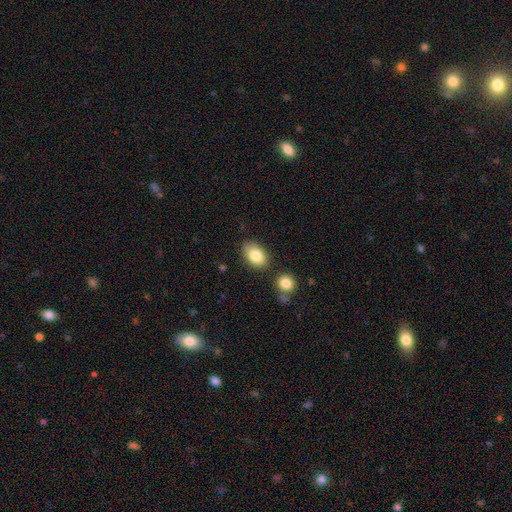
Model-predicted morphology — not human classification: A smooth galaxy with no disk features (83%) that is in between round and cigar-shaped (84%).

Vote fractions:
- Smooth or featured? smooth: 83% / featured or disk: 10% / star or artifact: 7%
- How rounded? in between: 84% / round: 15% / cigar-shaped: 1%
- Merging? none: 75% / minor disturbance: 14% / merger: 7% / major disturbance: 3%